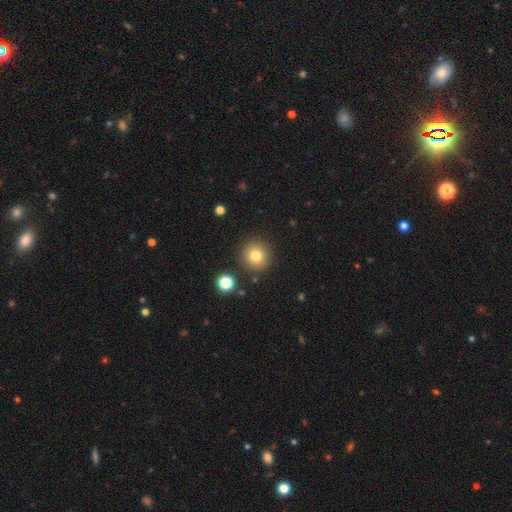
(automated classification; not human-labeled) This is likely a smooth galaxy (78%). How rounded: clearly round (94%). Merging: clearly none (88%).